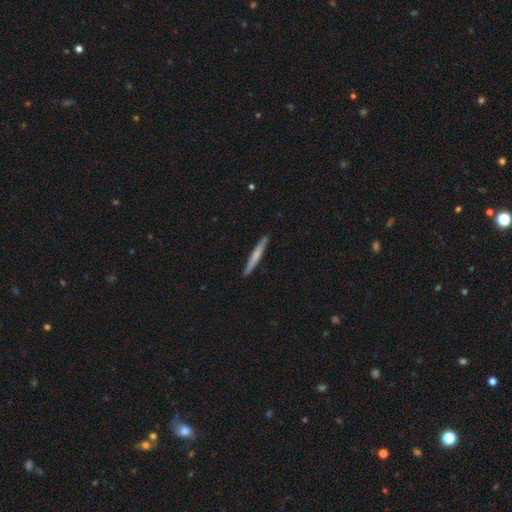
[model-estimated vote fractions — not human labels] smooth-or-featured: smooth: 59% | featured or disk: 36% | star or artifact: 5%
  how-rounded: cigar-shaped: 97% | in between: 2% | round: 1%
  merging: none: 91% | minor disturbance: 7% | major disturbance: 1% | merger: 1%